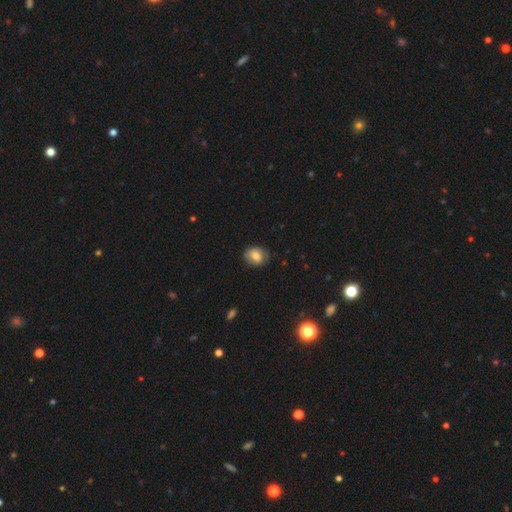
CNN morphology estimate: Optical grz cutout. It shows a smooth galaxy with no disk features (75%) that is round (51%). Merging: none (78%).